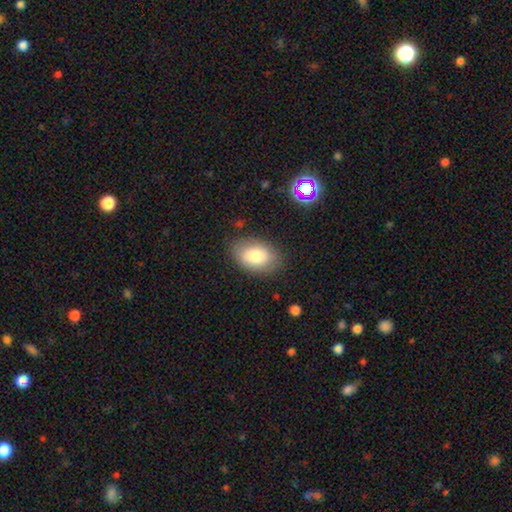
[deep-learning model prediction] Smooth or featured? Predicted: smooth (p=0.81). How rounded? Predicted: in between (p=0.89). Merging? Predicted: none (p=0.82).